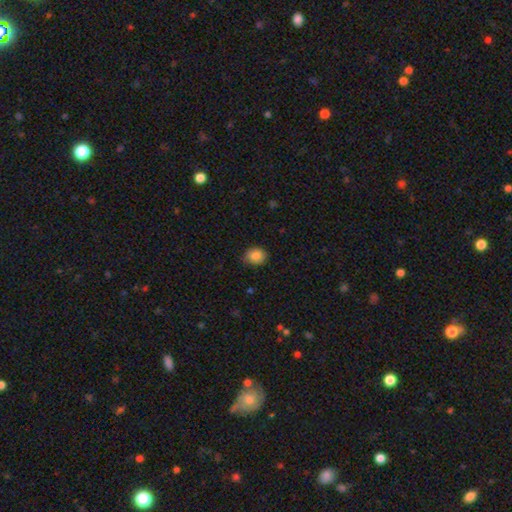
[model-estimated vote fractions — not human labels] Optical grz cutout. It shows a smooth galaxy with no disk features (83%) that is round (64%). Merging: none (75%).